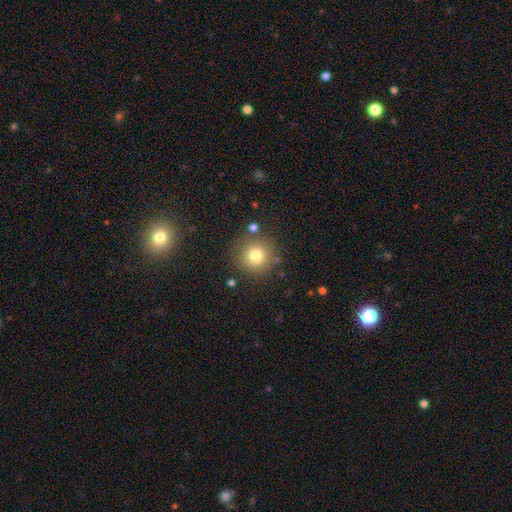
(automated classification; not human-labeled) Smooth or featured?
  - smooth: 78% *
  - star or artifact: 13%
  - featured or disk: 9%
How rounded?
  - round: 94% *
  - in between: 5%
  - cigar-shaped: 1%
Merging?
  - none: 83% *
  - minor disturbance: 9%
  - merger: 4%
  - major disturbance: 4%